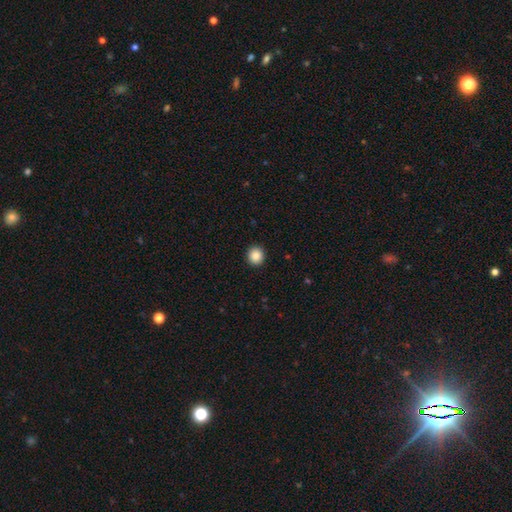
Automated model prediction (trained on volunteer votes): smooth 87%, star or artifact 9%, featured or disk 3%. Down the decision tree: how rounded — round (92%); merging — none (93%).